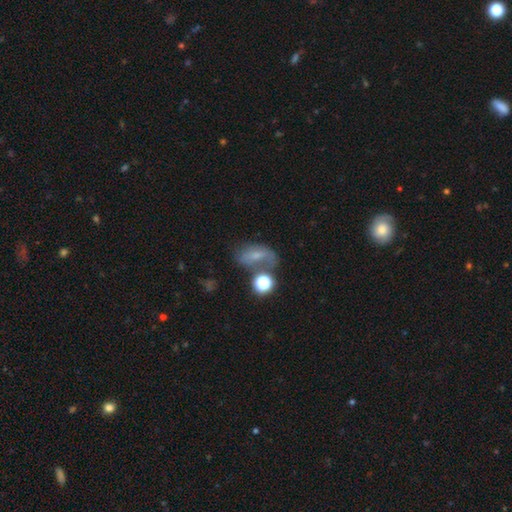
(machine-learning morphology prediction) Smooth or featured: smooth — 48% (featured or disk — 33%)
Merging: none — 42% (minor disturbance — 23%)